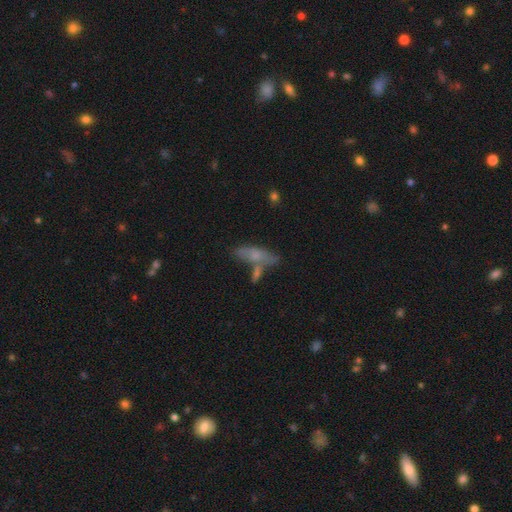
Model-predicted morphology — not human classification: smooth_or_featured: smooth (p=0.58) [alt: featured or disk p=0.32]
how_rounded: cigar-shaped (p=0.52) [alt: in between p=0.44]
merging: none (p=0.52) [alt: merger p=0.22]